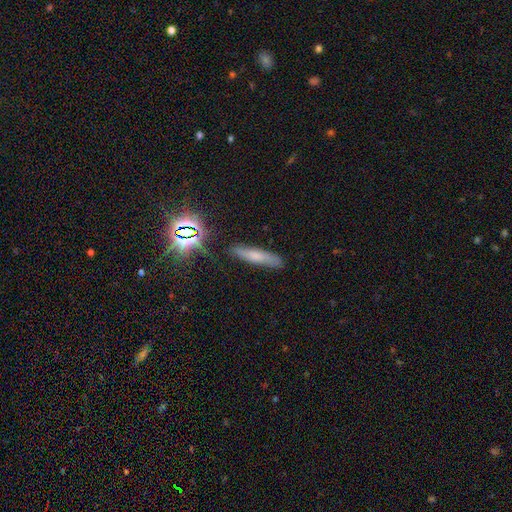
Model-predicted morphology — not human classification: Smooth or featured? smooth (58%)
How rounded? cigar-shaped (85%)
Merging? none (81%)